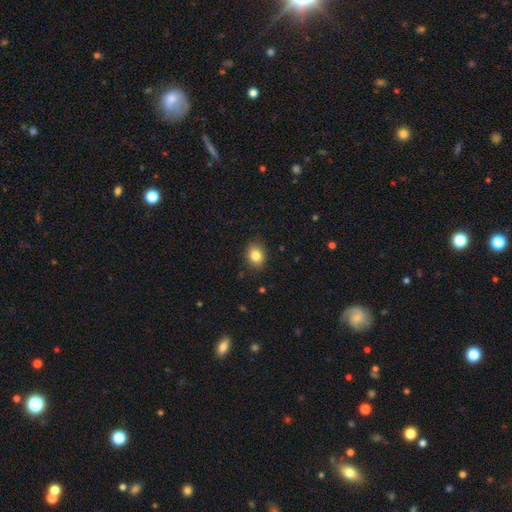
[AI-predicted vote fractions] Smooth or featured: smooth — 83% (star or artifact — 10%)
How rounded: round — 51% (in between — 48%)
Merging: none — 87% (minor disturbance — 10%)